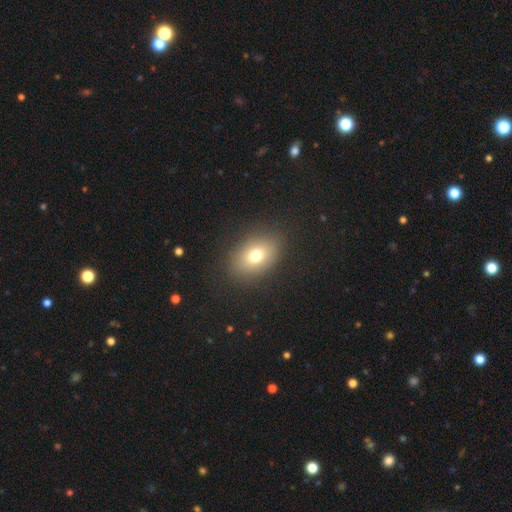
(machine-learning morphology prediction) smooth_or_featured: smooth (p=0.73) [alt: featured or disk p=0.14]
how_rounded: in between (p=0.76) [alt: round p=0.23]
merging: none (p=0.86) [alt: minor disturbance p=0.09]